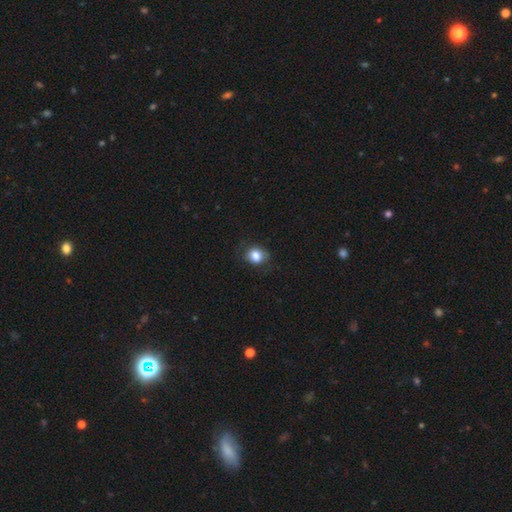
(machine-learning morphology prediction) Q: Smooth or featured?
A: smooth (82%); runner-up: star or artifact (10%)
Q: How rounded?
A: round (61%); runner-up: in between (38%)
Q: Merging?
A: none (75%); runner-up: minor disturbance (18%)